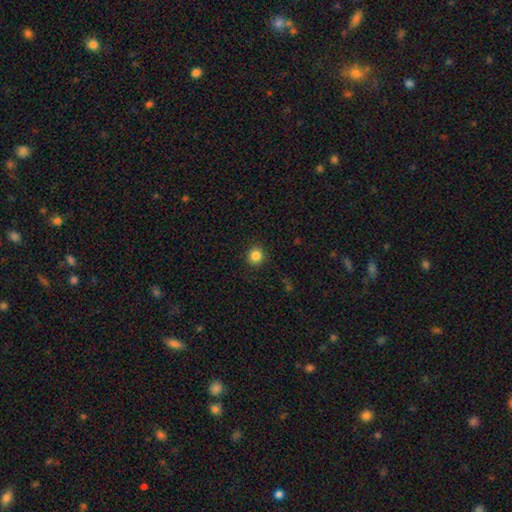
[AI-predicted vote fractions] A smooth galaxy with no disk features (85%) that is round (91%). Merging: none (91%).